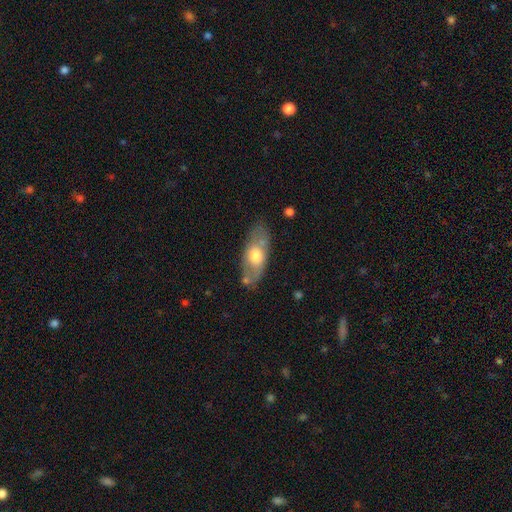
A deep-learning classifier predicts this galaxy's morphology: smooth-or-featured: smooth: 56% | featured or disk: 38% | star or artifact: 6%
  how-rounded: in between: 84% | cigar-shaped: 13% | round: 4%
  merging: none: 71% | minor disturbance: 18% | merger: 6% | major disturbance: 5%